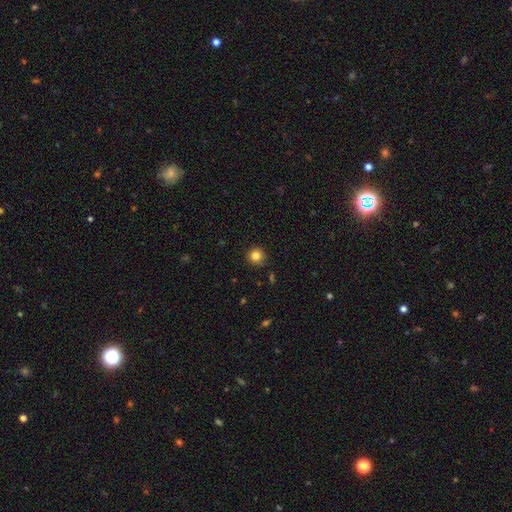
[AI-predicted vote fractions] Morphology: type=smooth (83%); roundness=round (94%); merging=none (89%).